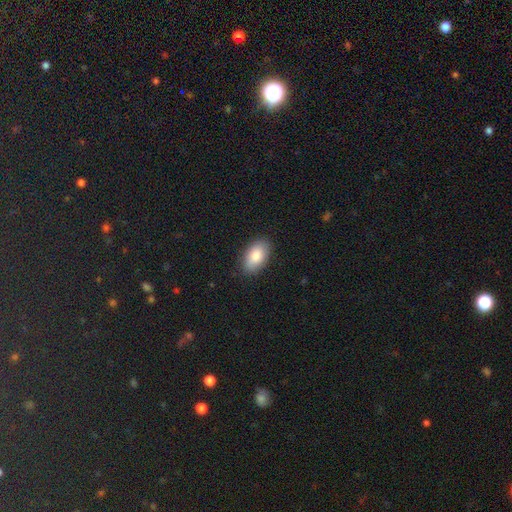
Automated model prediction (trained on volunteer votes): This is clearly a smooth galaxy (85%). How rounded: clearly in between (94%). Merging: clearly none (87%).